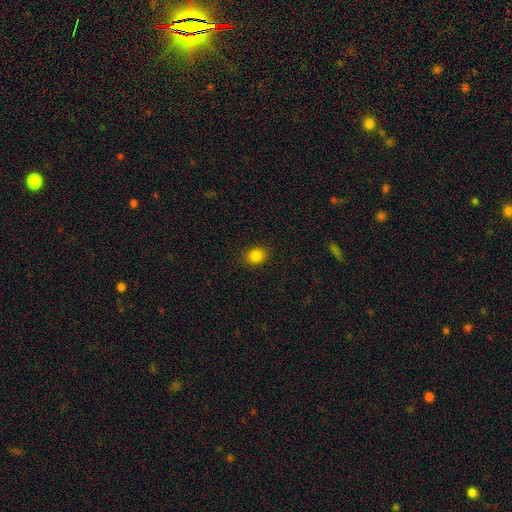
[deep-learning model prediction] Morphology: type=smooth (84%); roundness=round (63%); merging=none (89%).